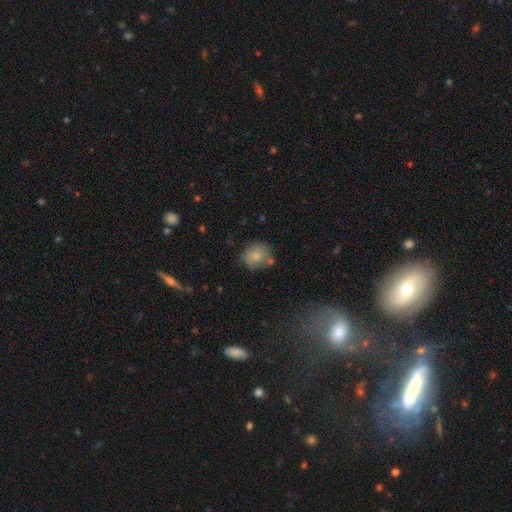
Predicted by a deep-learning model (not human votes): Morphology: type=smooth (80%); roundness=round (83%); merging=none (69%).